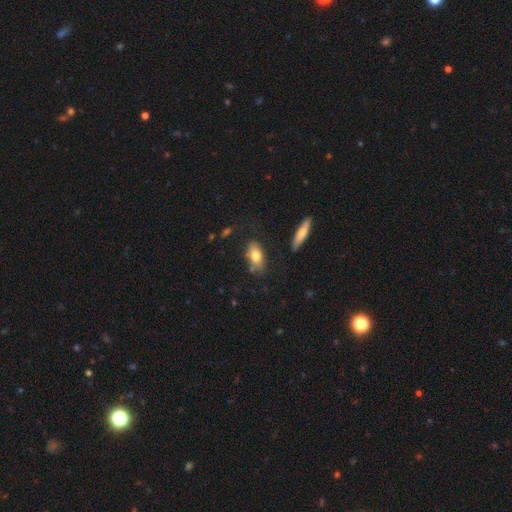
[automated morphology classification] type=smooth (76%); roundness=in between (85%); merging=none (72%).